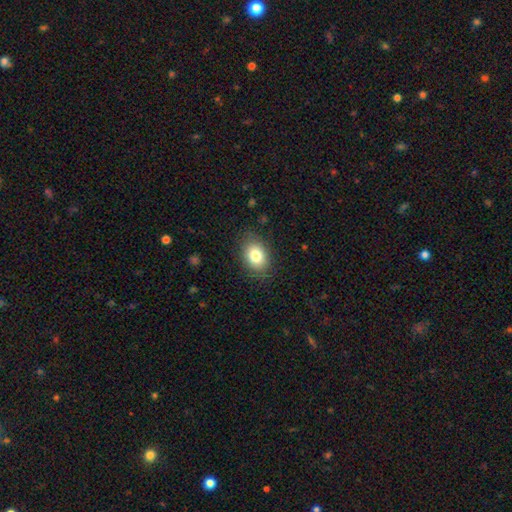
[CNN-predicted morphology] smooth-or-featured: smooth: 81% | featured or disk: 10% | star or artifact: 9%
  how-rounded: in between: 73% | round: 26% | cigar-shaped: 1%
  merging: none: 84% | minor disturbance: 11% | major disturbance: 3% | merger: 1%